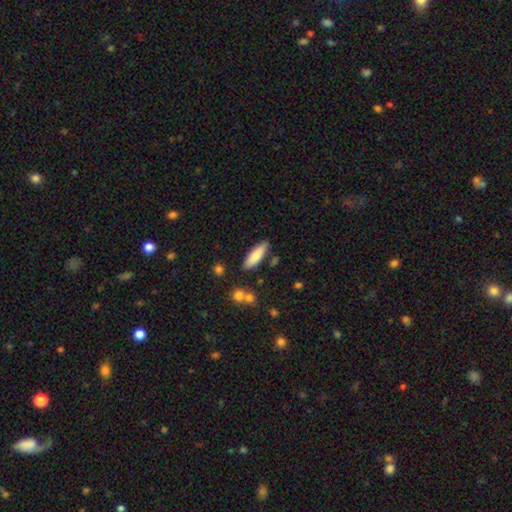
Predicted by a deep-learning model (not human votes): Q: Smooth or featured?
A: smooth (82%); runner-up: featured or disk (12%)
Q: How rounded?
A: cigar-shaped (49%); tied with: in between (49%)
Q: Merging?
A: none (81%); runner-up: minor disturbance (13%)